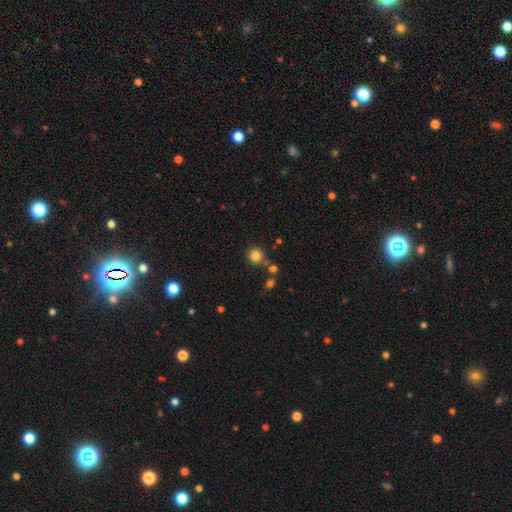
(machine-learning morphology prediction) smooth 83%, star or artifact 12%, featured or disk 5%. Down the decision tree: how rounded — round (93%); merging — none (78%).